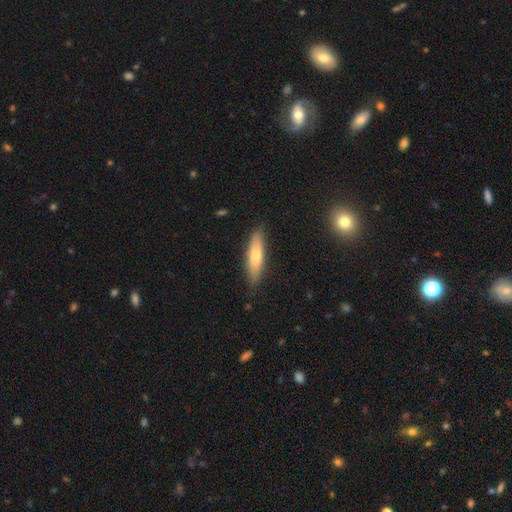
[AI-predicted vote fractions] Smooth or featured? Predicted: smooth (p=0.68). How rounded? Predicted: cigar-shaped (p=0.70). Merging? Predicted: none (p=0.84).